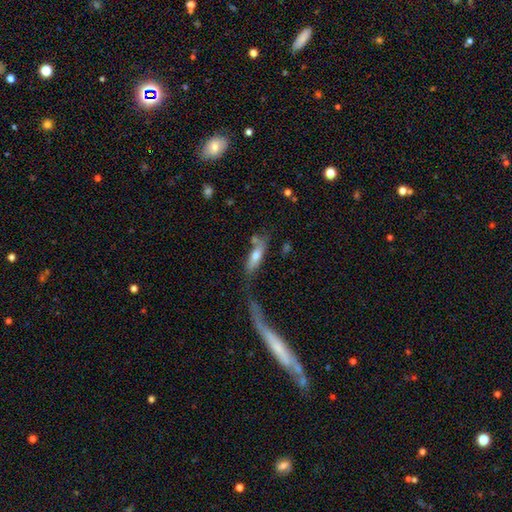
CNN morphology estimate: Smooth or featured?
  - smooth: 59% *
  - featured or disk: 34%
  - star or artifact: 8%
How rounded?
  - cigar-shaped: 54% *
  - in between: 43%
  - round: 3%
Merging?
  - none: 40% *
  - merger: 27%
  - minor disturbance: 17%
  - major disturbance: 15%